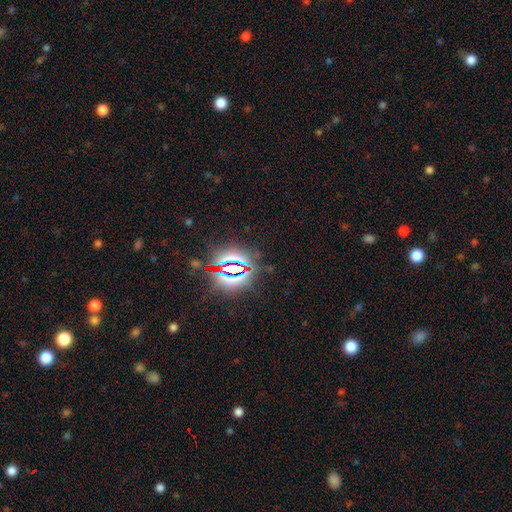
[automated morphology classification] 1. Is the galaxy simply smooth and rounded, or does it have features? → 82% star or artifact, 10% smooth, 7% featured or disk.